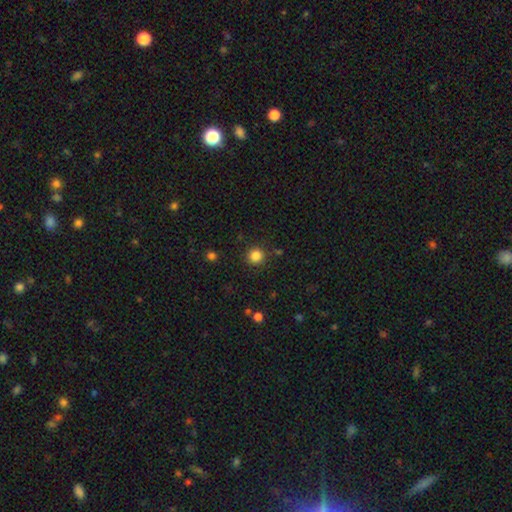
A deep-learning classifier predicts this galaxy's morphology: The model was most divided on "smooth or featured": smooth: 84%, star or artifact: 12%, featured or disk: 4%. More confident: how rounded — round (94%); merging — none (89%).